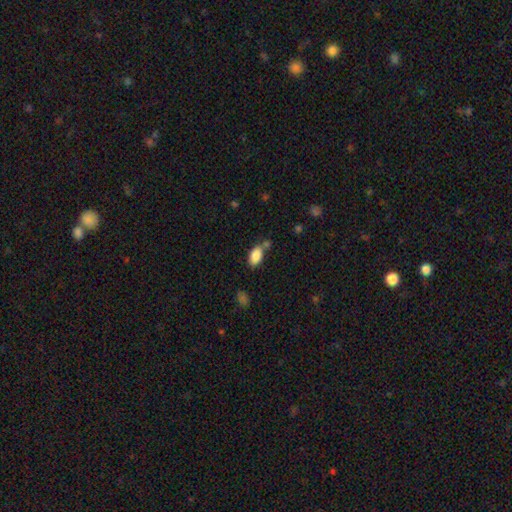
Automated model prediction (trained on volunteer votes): smooth_or_featured: smooth (p=0.86) [alt: star or artifact p=0.08]
how_rounded: in between (p=0.92) [alt: round p=0.05]
merging: none (p=0.61) [alt: minor disturbance p=0.18]